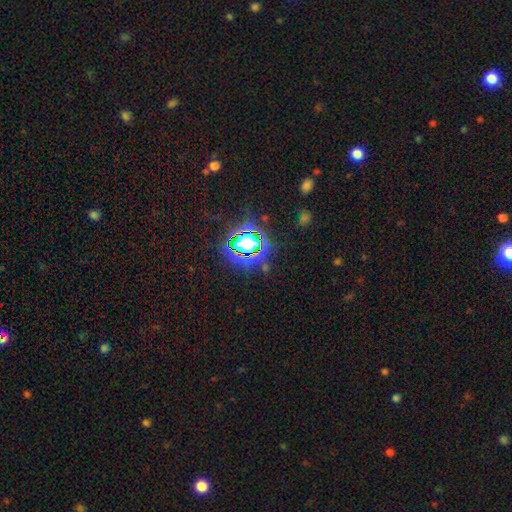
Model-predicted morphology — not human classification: smooth-or-featured: star or artifact: 80% | smooth: 13% | featured or disk: 8%